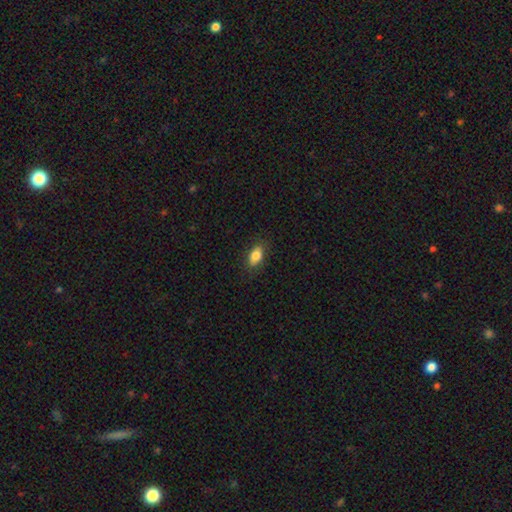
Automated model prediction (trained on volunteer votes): Smooth or featured? Predicted: smooth (p=0.83). How rounded? Predicted: in between (p=0.88). Merging? Predicted: none (p=0.85).